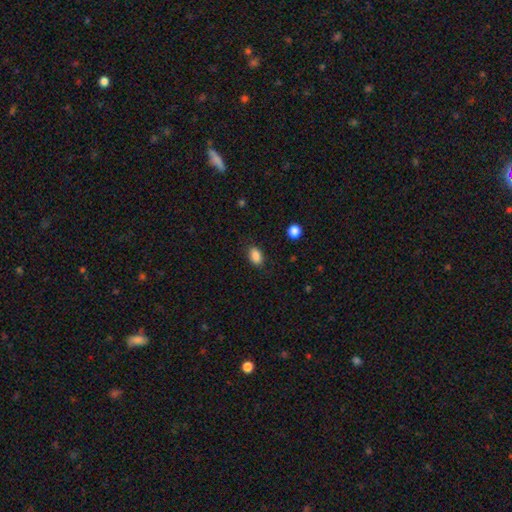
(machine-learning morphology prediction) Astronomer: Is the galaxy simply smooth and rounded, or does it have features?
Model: smooth — 88%.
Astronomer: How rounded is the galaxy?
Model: in between — 87%.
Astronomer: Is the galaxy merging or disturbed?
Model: none — 84%.